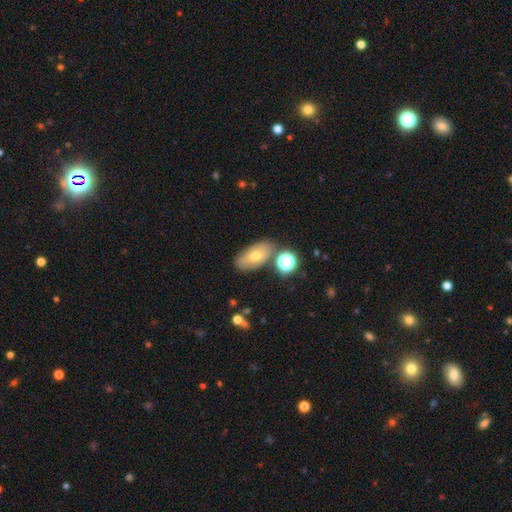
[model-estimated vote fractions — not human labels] A smooth galaxy with no disk features (59%) that is in between round and cigar-shaped (87%).

Vote fractions:
- Smooth or featured? smooth: 59% / featured or disk: 28% / star or artifact: 13%
- How rounded? in between: 87% / round: 8% / cigar-shaped: 5%
- Merging? none: 74% / minor disturbance: 13% / merger: 9% / major disturbance: 4%